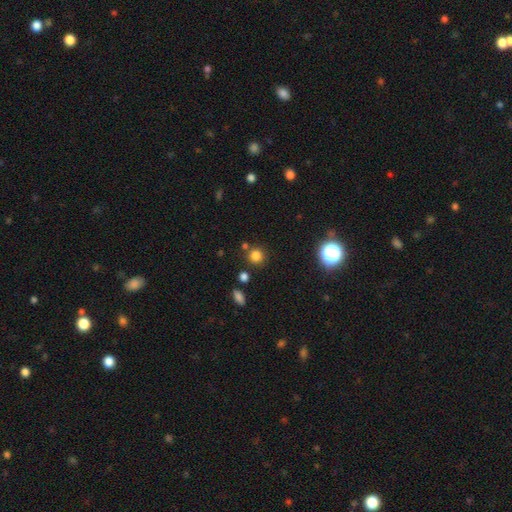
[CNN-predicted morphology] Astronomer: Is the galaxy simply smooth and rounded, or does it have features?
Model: smooth — 79%.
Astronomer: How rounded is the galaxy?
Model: round — 91%.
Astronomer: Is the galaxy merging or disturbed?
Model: none — 80%.